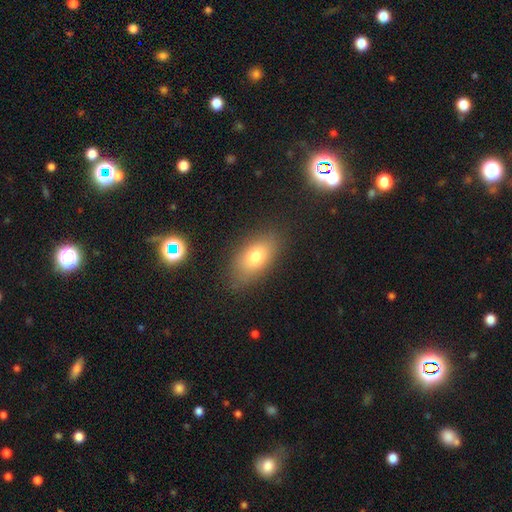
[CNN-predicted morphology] A smooth galaxy with no disk features (74%) that is in between round and cigar-shaped (86%).

Vote fractions:
- Smooth or featured? smooth: 74% / featured or disk: 14% / star or artifact: 12%
- How rounded? in between: 86% / round: 10% / cigar-shaped: 5%
- Merging? none: 82% / minor disturbance: 13% / major disturbance: 4% / merger: 2%